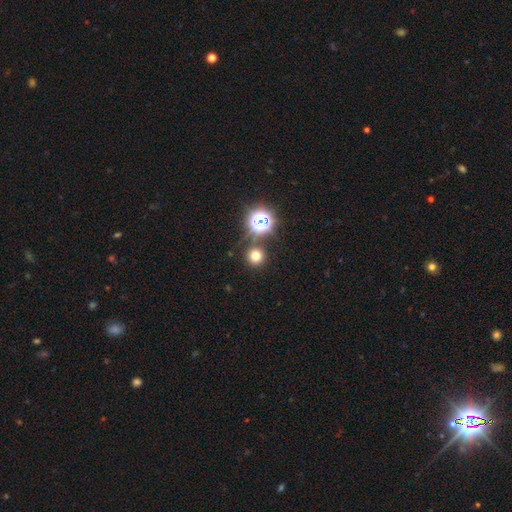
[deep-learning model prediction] This appears to be a smooth galaxy with no disk features (71%) that is round (95%). Merging: none (82%).